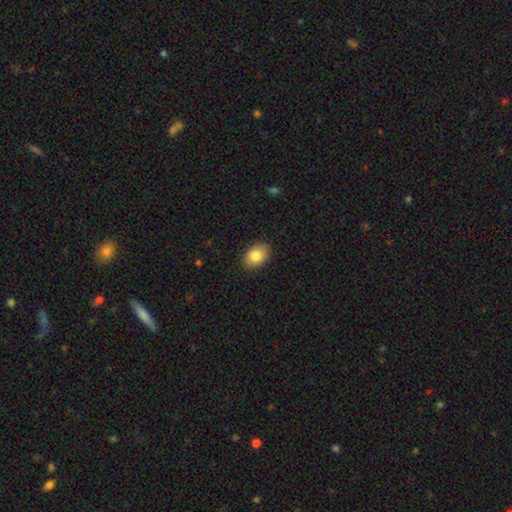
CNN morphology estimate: This is clearly a smooth galaxy (84%). How rounded: likely in between (76%). Merging: clearly none (88%).